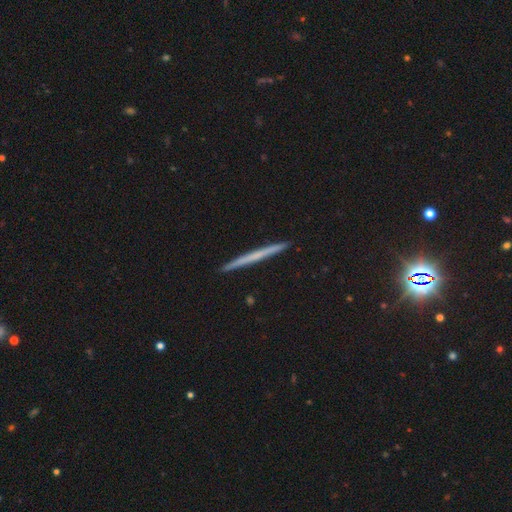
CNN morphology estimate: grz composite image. It shows a featured or disk galaxy (52%) viewed edge-on (98%) with no central bulge (86%). Merging: none (93%).